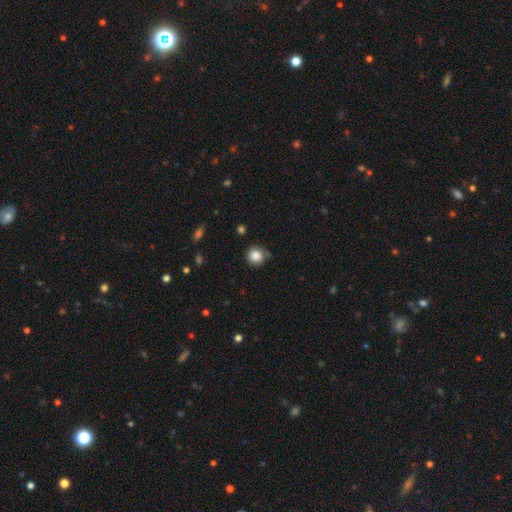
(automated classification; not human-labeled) Smooth or featured? smooth (84%)
How rounded? round (85%)
Merging? none (65%)